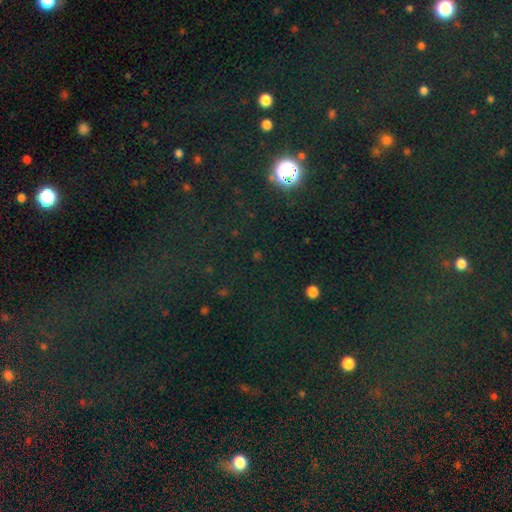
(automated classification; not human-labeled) This is likely a star or artifact rather than a galaxy (72%).